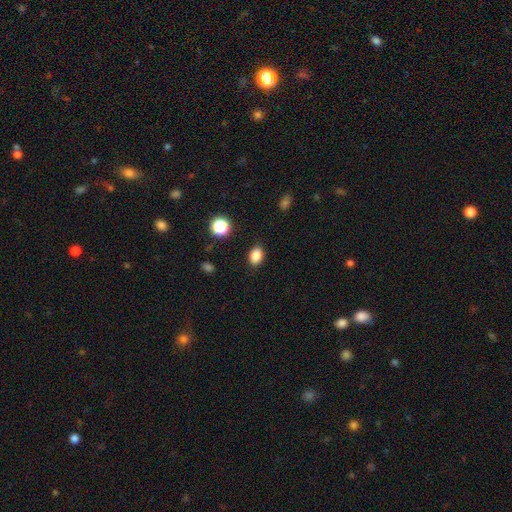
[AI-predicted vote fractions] Morphology: type=smooth (85%); roundness=in between (74%); merging=none (86%).